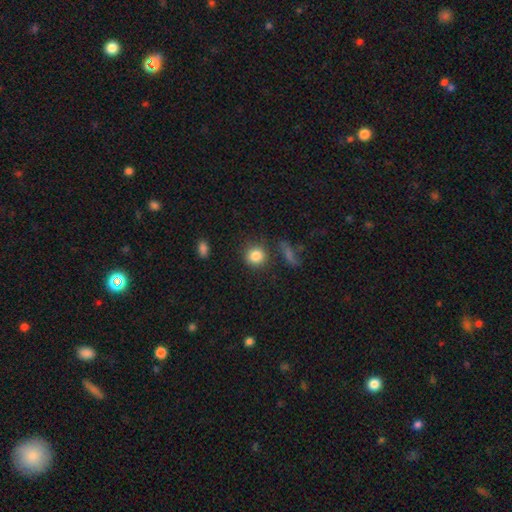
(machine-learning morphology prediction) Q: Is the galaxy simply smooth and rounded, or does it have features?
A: smooth — 84%.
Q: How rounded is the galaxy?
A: round — 88%.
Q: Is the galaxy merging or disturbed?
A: none — 83%.